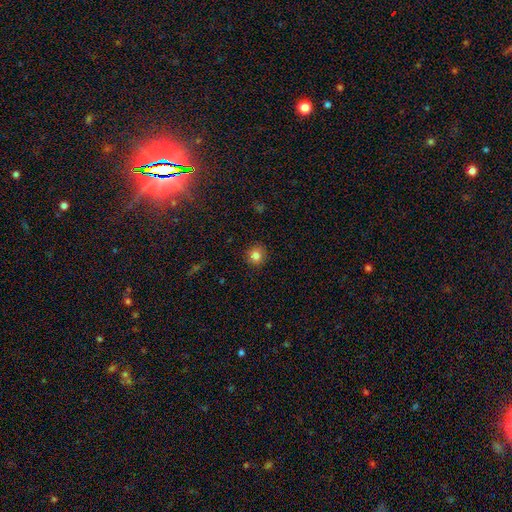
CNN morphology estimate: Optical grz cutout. It shows a smooth galaxy with no disk features (83%) that is round (92%). Merging: none (90%).